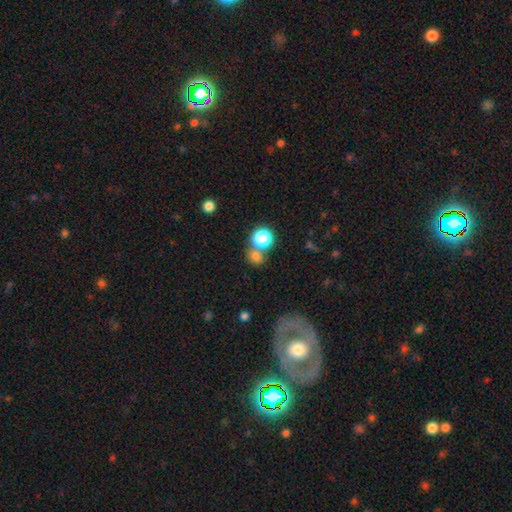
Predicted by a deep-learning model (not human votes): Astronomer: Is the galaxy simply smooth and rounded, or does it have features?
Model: smooth — 71%.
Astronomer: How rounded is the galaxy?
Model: round — 82%.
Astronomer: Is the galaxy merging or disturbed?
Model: none — 58%.